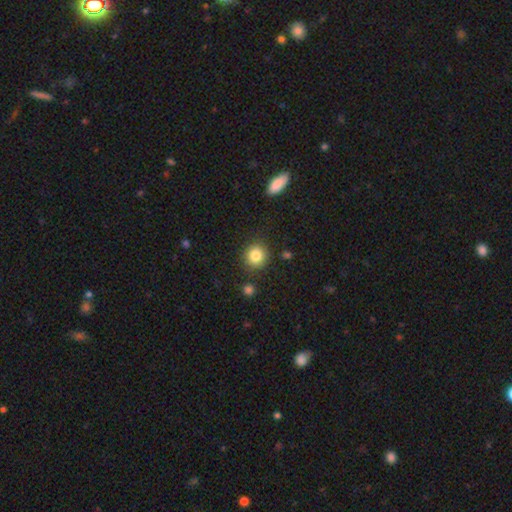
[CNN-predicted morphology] type=smooth (84%); roundness=round (90%); merging=none (88%).